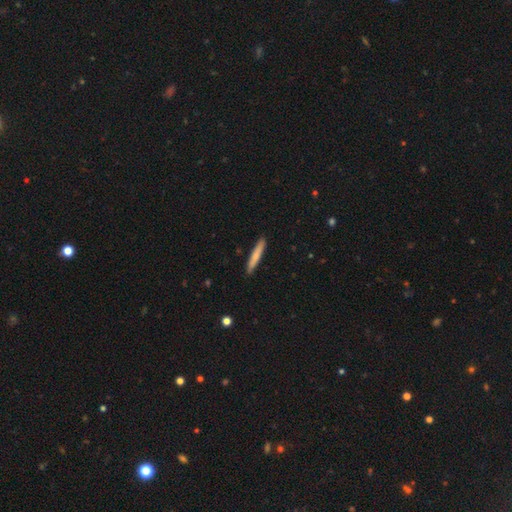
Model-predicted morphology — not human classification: type=smooth (72%); roundness=cigar-shaped (94%); merging=none (90%).